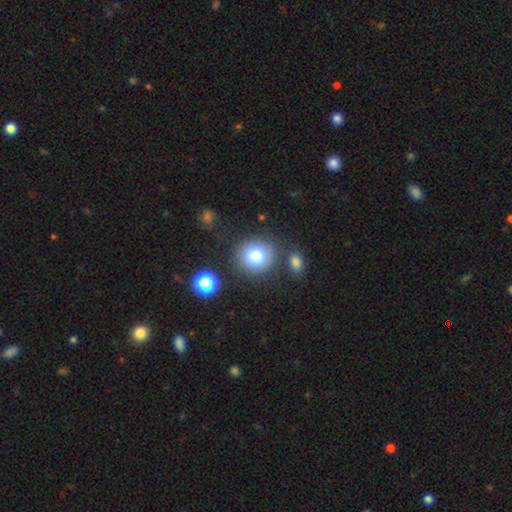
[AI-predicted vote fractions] Overall: smooth (78%). How rounded: round (90%). Merging: none (80%).